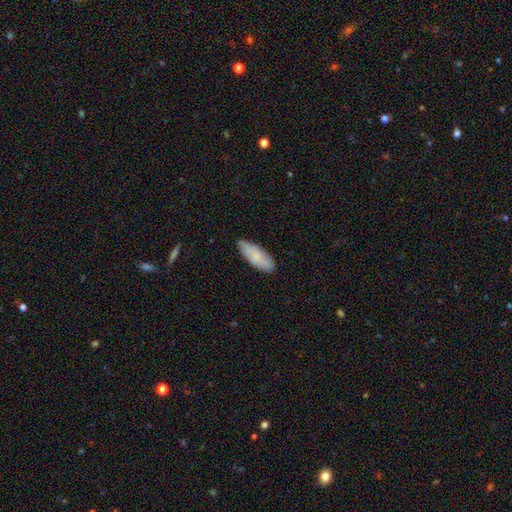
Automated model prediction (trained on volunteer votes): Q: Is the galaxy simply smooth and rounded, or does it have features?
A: smooth — 76%.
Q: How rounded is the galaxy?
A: in between — 75%.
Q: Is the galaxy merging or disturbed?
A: none — 77%.